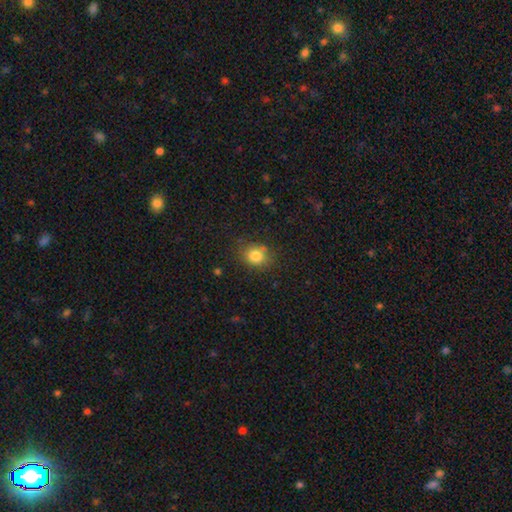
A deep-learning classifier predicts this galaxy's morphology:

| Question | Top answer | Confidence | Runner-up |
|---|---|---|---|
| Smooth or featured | smooth | 82% | star or artifact (11%) |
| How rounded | round | 62% | in between (37%) |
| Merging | none | 75% | minor disturbance (17%) |